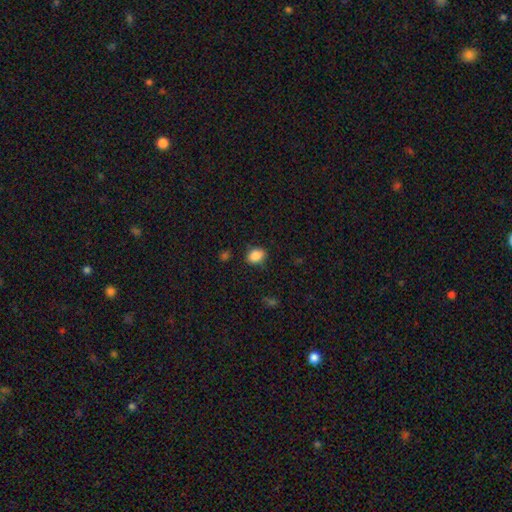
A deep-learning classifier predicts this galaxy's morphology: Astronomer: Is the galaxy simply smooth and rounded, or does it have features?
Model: smooth — 87%.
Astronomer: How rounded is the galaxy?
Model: in between — 71%.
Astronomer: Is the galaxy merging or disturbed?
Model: none — 81%.